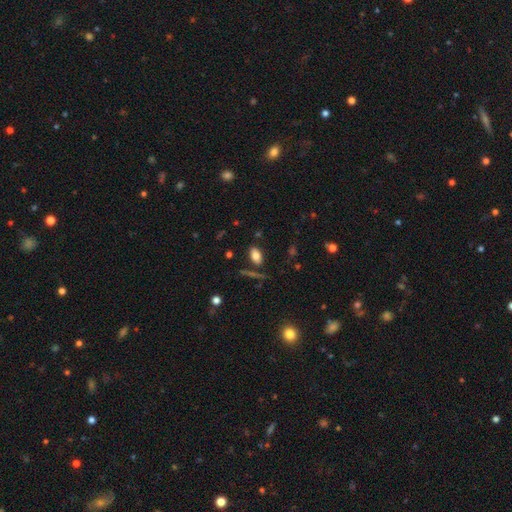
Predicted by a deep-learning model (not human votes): A smooth galaxy with no disk features (79%) that is in between round and cigar-shaped (90%).

Vote fractions:
- Smooth or featured? smooth: 79% / featured or disk: 11% / star or artifact: 10%
- How rounded? in between: 90% / round: 6% / cigar-shaped: 4%
- Merging? none: 80% / minor disturbance: 12% / merger: 5% / major disturbance: 4%